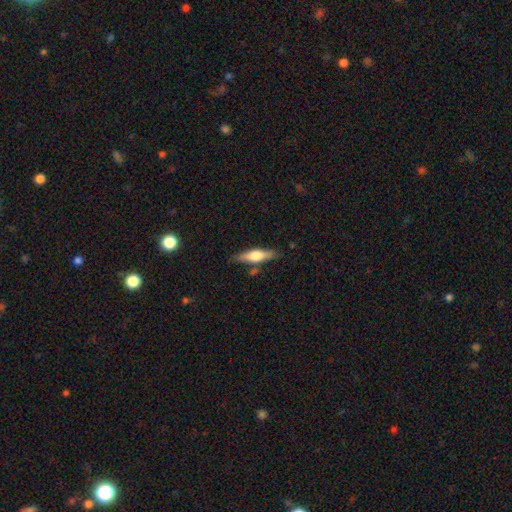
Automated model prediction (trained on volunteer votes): Q: Smooth or featured?
A: smooth (48%); runner-up: featured or disk (46%)
Q: Merging?
A: none (78%); runner-up: minor disturbance (14%)